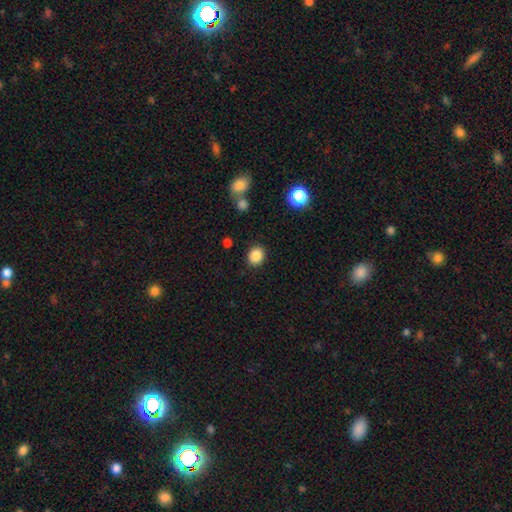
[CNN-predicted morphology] Smooth or featured: smooth — 86% (star or artifact — 10%)
How rounded: round — 69% (in between — 30%)
Merging: none — 88% (minor disturbance — 8%)